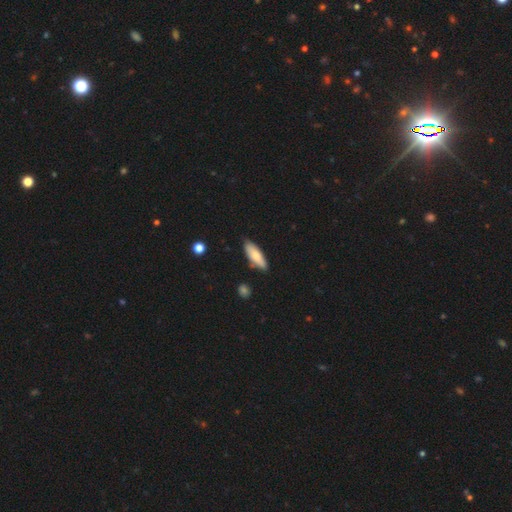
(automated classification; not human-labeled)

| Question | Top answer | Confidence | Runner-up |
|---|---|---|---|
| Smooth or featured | smooth | 74% | featured or disk (20%) |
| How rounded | in between | 58% | cigar-shaped (40%) |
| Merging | none | 81% | minor disturbance (14%) |